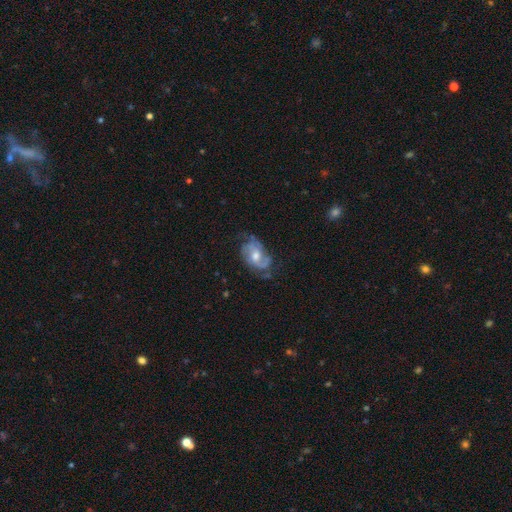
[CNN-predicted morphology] This is likely a featured or disk galaxy (80%). It is clearly not viewed edge-on (96%). Bar: possibly no (57%). Spiral arm pattern: clearly yes (91%). Spiral arm count: possibly 2 (46%). Spiral winding: marginally medium (44%). Central bulge: likely moderate (71%). Merging: possibly none (60%).